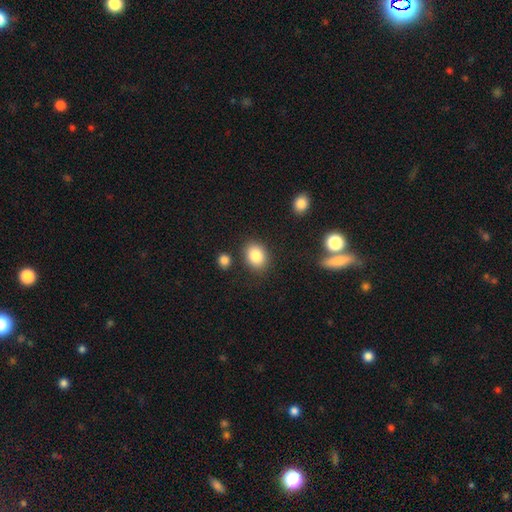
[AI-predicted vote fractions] Morphology: type=smooth (85%); roundness=in between (55%); merging=none (82%).